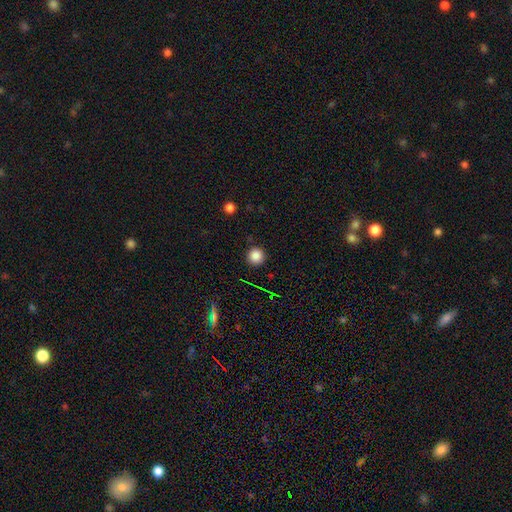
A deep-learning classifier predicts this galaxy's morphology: smooth 83%, star or artifact 12%, featured or disk 4%. Down the decision tree: how rounded — round (95%); merging — none (91%).